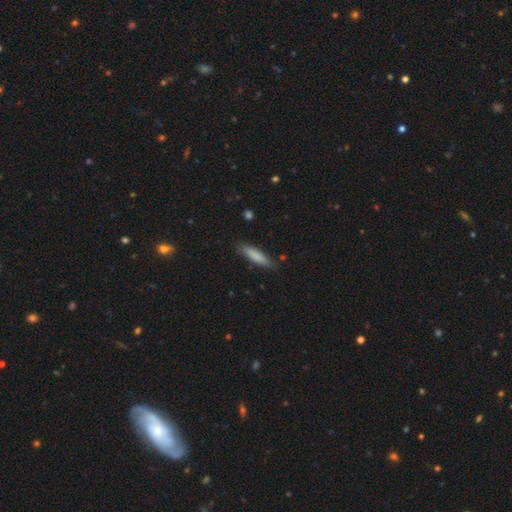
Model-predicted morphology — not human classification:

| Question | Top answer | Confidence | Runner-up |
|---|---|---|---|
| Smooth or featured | smooth | 84% | featured or disk (10%) |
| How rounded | cigar-shaped | 74% | in between (24%) |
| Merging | none | 81% | minor disturbance (15%) |